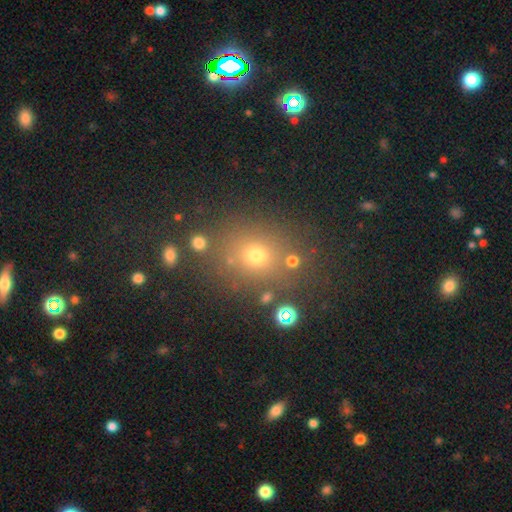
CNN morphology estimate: Smooth or featured?
  - smooth: 65% *
  - star or artifact: 24%
  - featured or disk: 10%
How rounded?
  - round: 71% *
  - in between: 28%
  - cigar-shaped: 1%
Merging?
  - none: 78% *
  - minor disturbance: 11%
  - merger: 7%
  - major disturbance: 5%